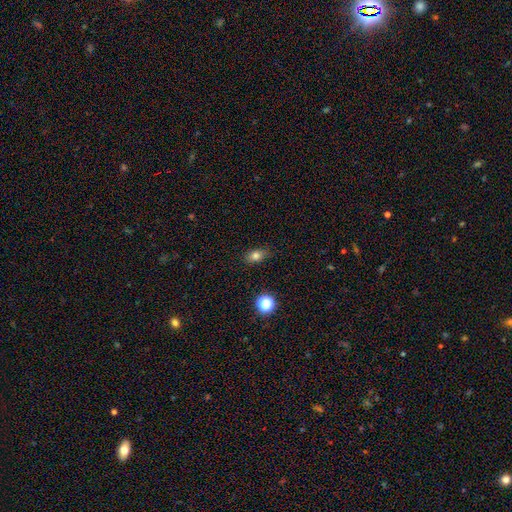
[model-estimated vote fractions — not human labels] A smooth galaxy with no disk features (79%) that is in between round and cigar-shaped (74%). Merging: none (82%).